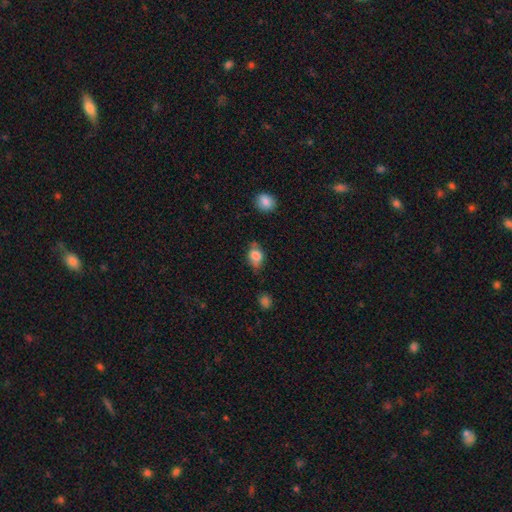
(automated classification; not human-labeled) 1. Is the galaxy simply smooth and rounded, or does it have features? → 78% smooth, 13% featured or disk, 9% star or artifact.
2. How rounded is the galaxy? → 70% in between, 28% round, 2% cigar-shaped.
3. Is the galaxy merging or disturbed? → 61% none, 28% minor disturbance, 7% major disturbance, 4% merger.